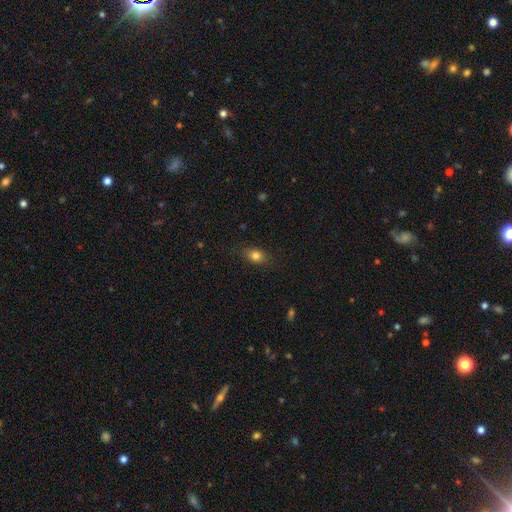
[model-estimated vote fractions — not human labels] Q: Smooth or featured?
A: smooth (81%); runner-up: star or artifact (11%)
Q: How rounded?
A: in between (70%); runner-up: round (27%)
Q: Merging?
A: none (83%); runner-up: minor disturbance (13%)